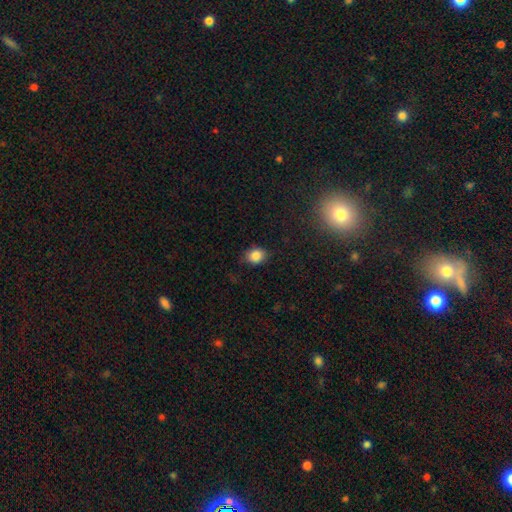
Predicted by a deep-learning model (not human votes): This is clearly a smooth galaxy (84%). How rounded: possibly round (60%). Merging: likely none (77%).